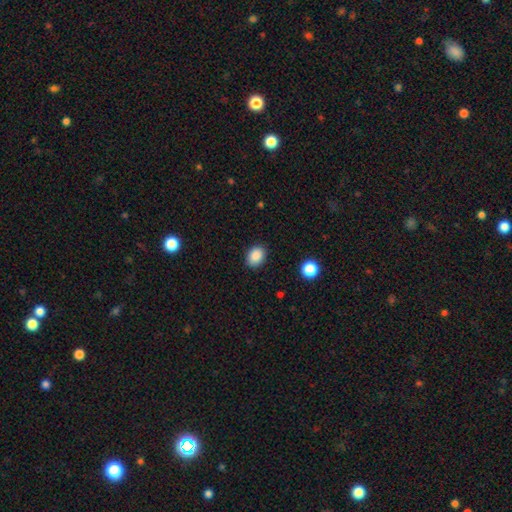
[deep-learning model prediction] Morphology: type=smooth (87%); roundness=in between (64%); merging=none (86%).